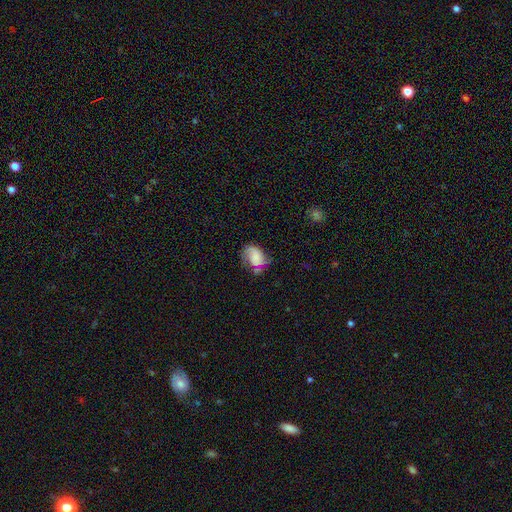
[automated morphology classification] This appears to be a featured or disk galaxy (50%). Merging: none (46%).